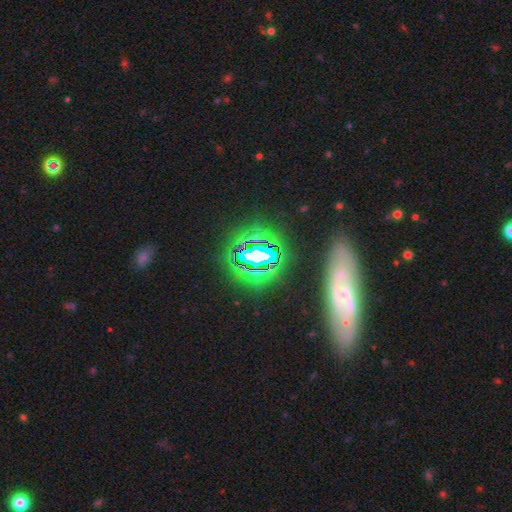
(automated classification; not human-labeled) star or artifact 59%, featured or disk 22%, smooth 19%.